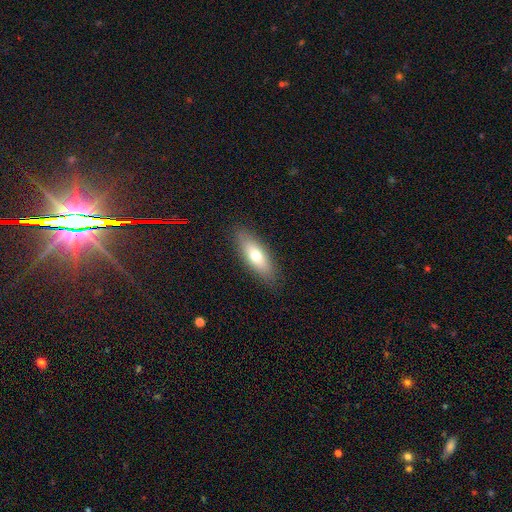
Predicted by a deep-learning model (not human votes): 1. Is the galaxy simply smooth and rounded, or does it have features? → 68% smooth, 25% featured or disk, 7% star or artifact.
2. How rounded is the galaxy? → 64% in between, 33% cigar-shaped, 3% round.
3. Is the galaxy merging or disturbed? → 87% none, 10% minor disturbance, 2% major disturbance, 1% merger.